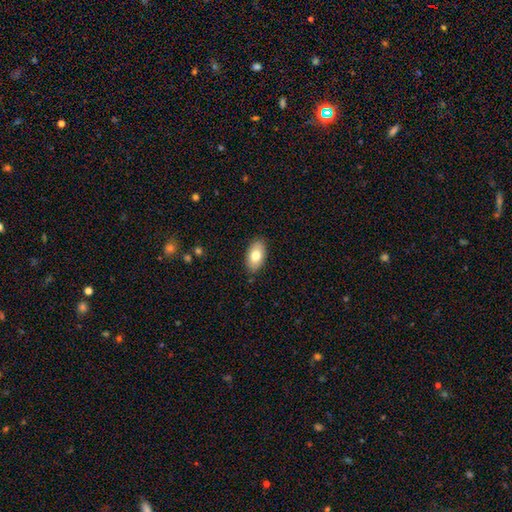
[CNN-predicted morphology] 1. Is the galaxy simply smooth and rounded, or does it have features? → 78% smooth, 15% featured or disk, 7% star or artifact.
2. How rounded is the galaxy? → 93% in between, 5% round, 2% cigar-shaped.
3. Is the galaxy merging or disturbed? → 87% none, 10% minor disturbance, 2% major disturbance, 1% merger.